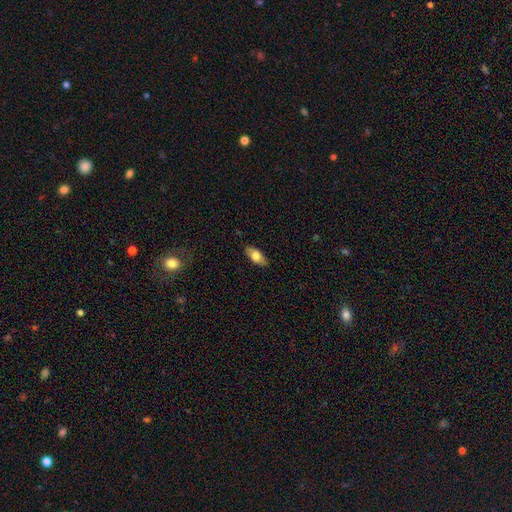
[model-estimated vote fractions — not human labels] A smooth galaxy with no disk features (74%) that is in between round and cigar-shaped (86%).

Vote fractions:
- Smooth or featured? smooth: 74% / featured or disk: 20% / star or artifact: 6%
- How rounded? in between: 86% / cigar-shaped: 11% / round: 3%
- Merging? none: 86% / minor disturbance: 11% / major disturbance: 2% / merger: 1%